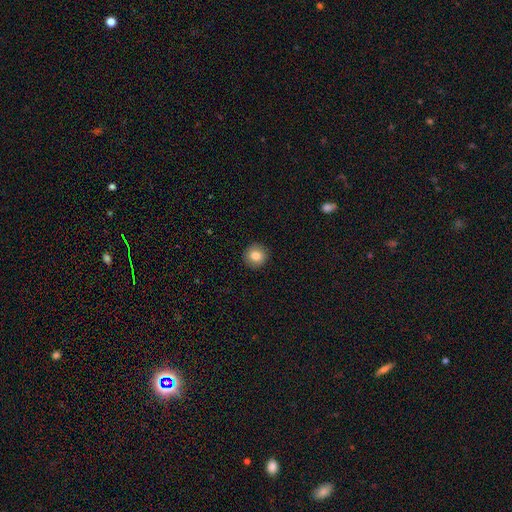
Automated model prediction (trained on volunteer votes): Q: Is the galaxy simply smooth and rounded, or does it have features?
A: smooth — 82%.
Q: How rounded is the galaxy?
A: round — 94%.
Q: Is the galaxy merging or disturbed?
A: none — 92%.